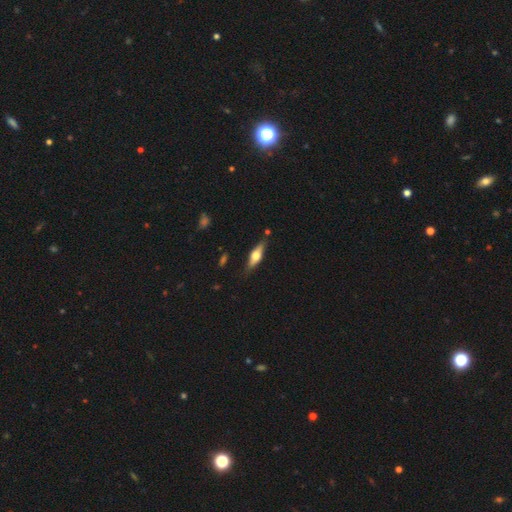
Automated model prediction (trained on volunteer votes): Smooth or featured? Predicted: featured or disk (p=0.55). Edge-on disk? Predicted: yes (p=0.91). Edge-on bulge? Predicted: rounded (p=0.92). Merging? Predicted: none (p=0.80).